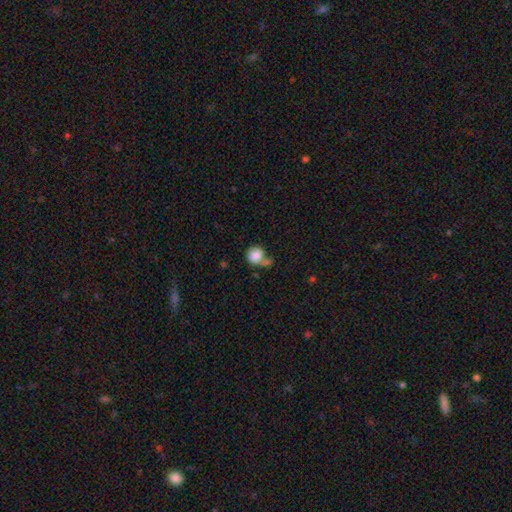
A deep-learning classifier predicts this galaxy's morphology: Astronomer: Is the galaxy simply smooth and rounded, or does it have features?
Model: smooth — 76%.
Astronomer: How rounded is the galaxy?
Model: round — 64%.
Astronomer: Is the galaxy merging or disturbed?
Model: none — 31% (runner-up: merger, 30%).